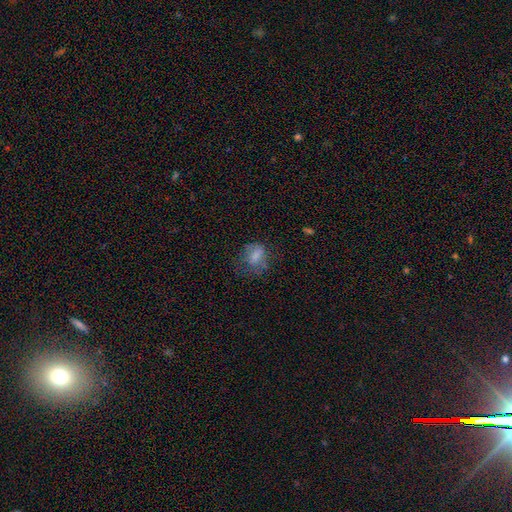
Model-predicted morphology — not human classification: Smooth or featured?
  - smooth: 67% *
  - featured or disk: 21%
  - star or artifact: 13%
How rounded?
  - in between: 62% *
  - round: 35%
  - cigar-shaped: 3%
Merging?
  - none: 44% *
  - major disturbance: 28%
  - minor disturbance: 26%
  - merger: 2%